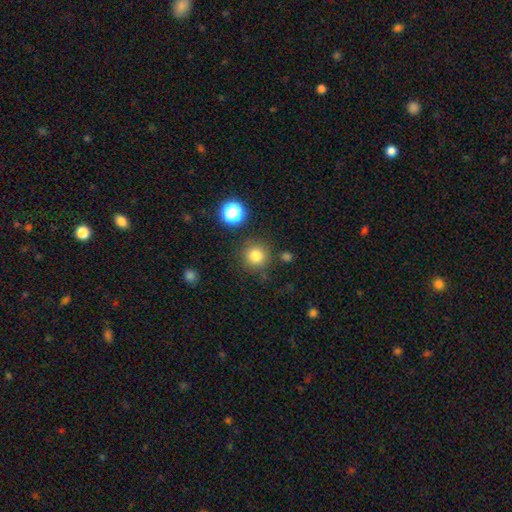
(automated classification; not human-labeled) Overall: smooth (81%). How rounded: round (95%). Merging: none (85%).